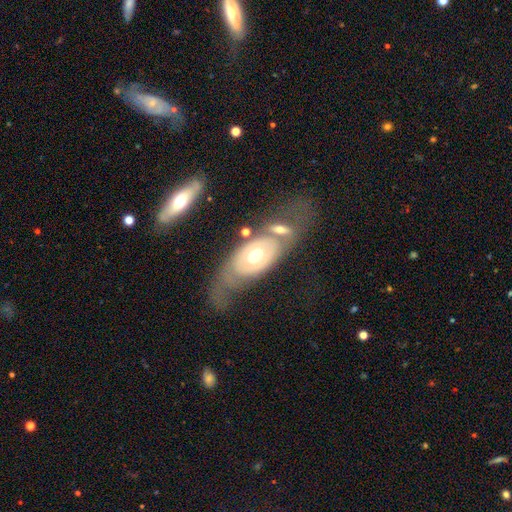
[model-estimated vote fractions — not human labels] A featured or disk galaxy (60%) with no bar (85%), no spiral arms (71%) and a moderate central bulge (68%).

Vote fractions:
- Smooth or featured? featured or disk: 60% / smooth: 34% / star or artifact: 6%
- Edge-on disk? no: 84% / yes: 16%
- Bar? no: 85% / weak: 11% / strong: 4%
- Spiral arms? no: 71% / yes: 29%
- Bulge size? moderate: 68% / large: 23% / small: 6% / dominant: 2% / none: 1%
- Merging? none: 40% / major disturbance: 21% / merger: 21% / minor disturbance: 18%